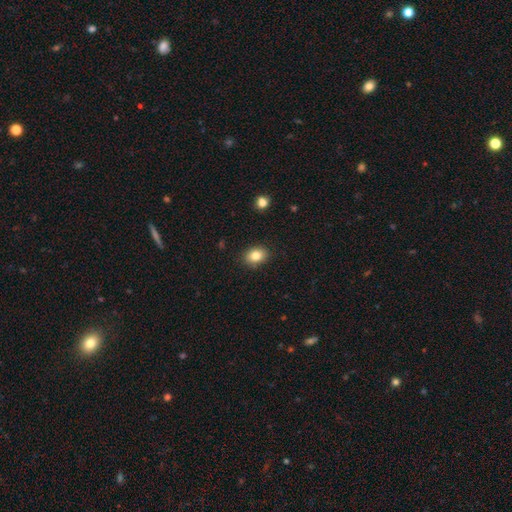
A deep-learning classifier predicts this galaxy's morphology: The model was most divided on "how rounded": in between: 66%, round: 33%, cigar-shaped: 1%. More confident: merging — none (88%); smooth or featured — smooth (83%).